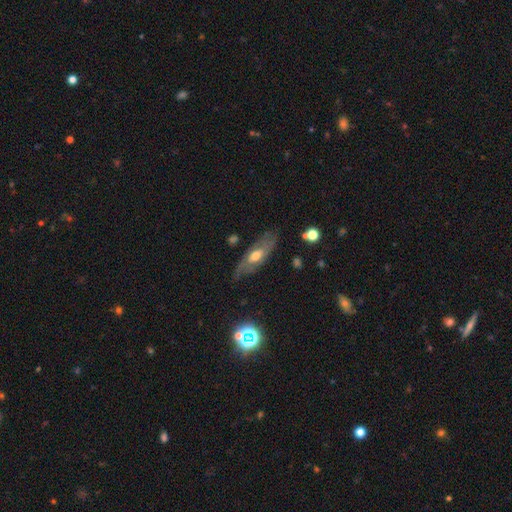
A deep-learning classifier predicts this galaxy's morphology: Smooth or featured: featured or disk — 62% (smooth — 31%)
Edge-on disk: no — 66% (yes — 34%)
Merging: none — 73% (minor disturbance — 19%)